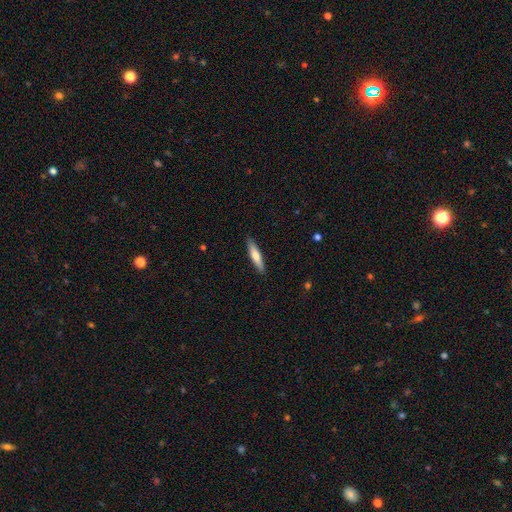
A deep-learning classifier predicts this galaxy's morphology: smooth_or_featured: smooth (p=0.65) [alt: featured or disk p=0.29]
how_rounded: cigar-shaped (p=0.83) [alt: in between p=0.15]
merging: none (p=0.90) [alt: minor disturbance p=0.08]